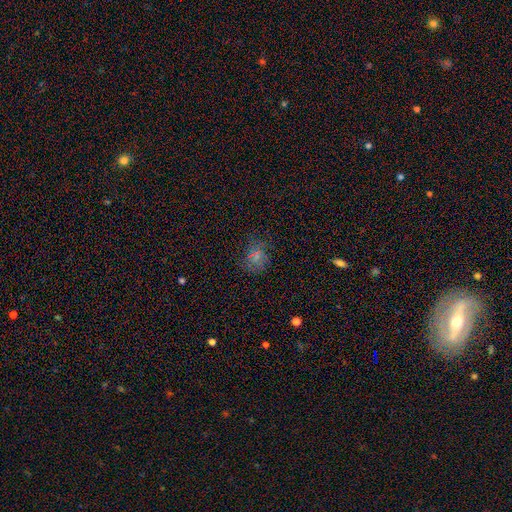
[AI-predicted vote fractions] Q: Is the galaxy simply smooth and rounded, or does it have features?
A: smooth — 53%.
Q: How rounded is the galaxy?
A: round — 58%.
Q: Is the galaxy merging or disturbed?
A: none — 69%.